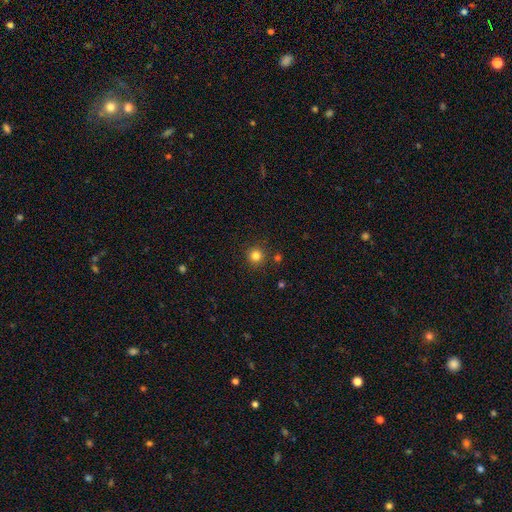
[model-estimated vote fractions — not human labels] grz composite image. It shows a smooth galaxy with no disk features (83%) that is round (95%). Merging: none (88%).